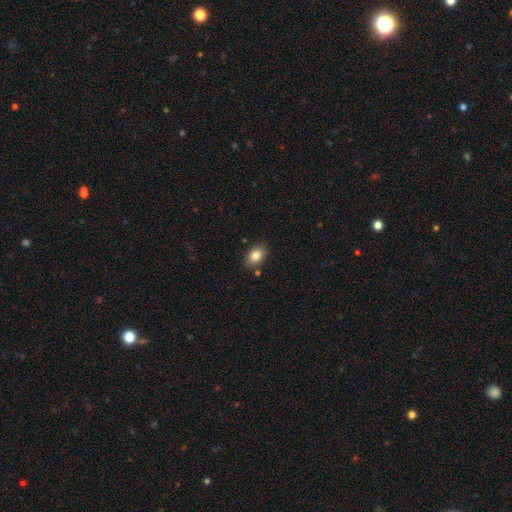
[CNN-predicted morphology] Smooth or featured?
  - smooth: 84% *
  - star or artifact: 9%
  - featured or disk: 8%
How rounded?
  - in between: 74% *
  - round: 25%
  - cigar-shaped: 1%
Merging?
  - none: 82% *
  - minor disturbance: 12%
  - merger: 4%
  - major disturbance: 3%